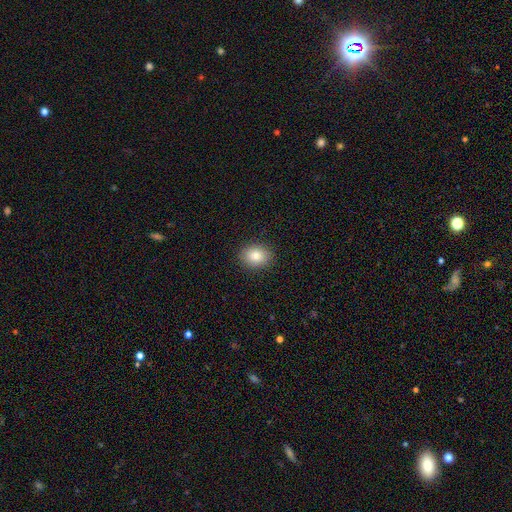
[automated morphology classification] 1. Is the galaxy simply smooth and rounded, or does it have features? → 83% smooth, 9% star or artifact, 8% featured or disk.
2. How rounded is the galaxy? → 55% in between, 44% round, 1% cigar-shaped.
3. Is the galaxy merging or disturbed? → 90% none, 7% minor disturbance, 2% major disturbance, 1% merger.